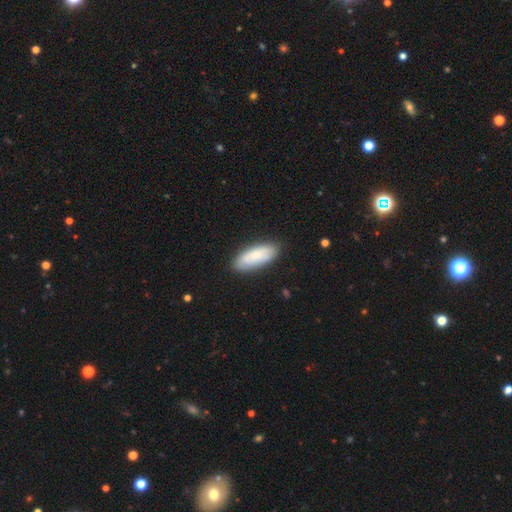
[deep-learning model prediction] Smooth or featured?
  - smooth: 77% *
  - featured or disk: 17%
  - star or artifact: 6%
How rounded?
  - in between: 76% *
  - cigar-shaped: 22%
  - round: 2%
Merging?
  - none: 83% *
  - minor disturbance: 13%
  - major disturbance: 3%
  - merger: 1%